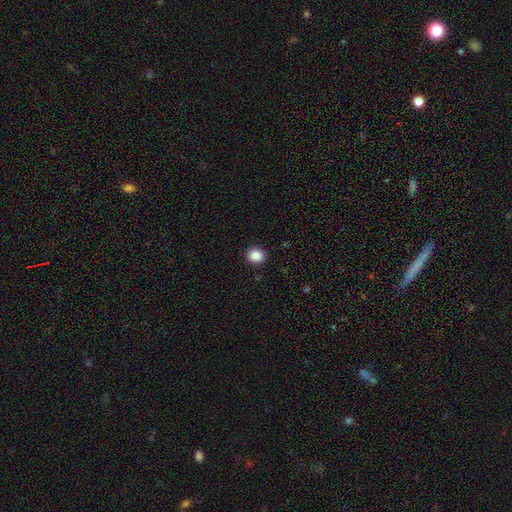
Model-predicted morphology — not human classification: A smooth galaxy with no disk features (88%) that is round (76%). Merging: none (91%).